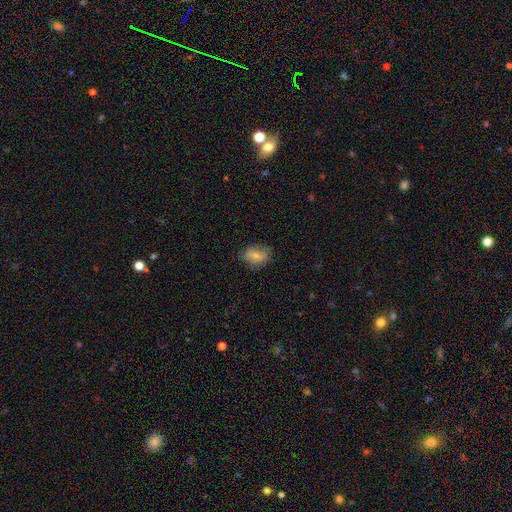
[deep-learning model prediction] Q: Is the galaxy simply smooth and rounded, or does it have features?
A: smooth — 69%.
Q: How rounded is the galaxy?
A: in between — 72%.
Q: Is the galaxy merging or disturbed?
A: none — 70%.